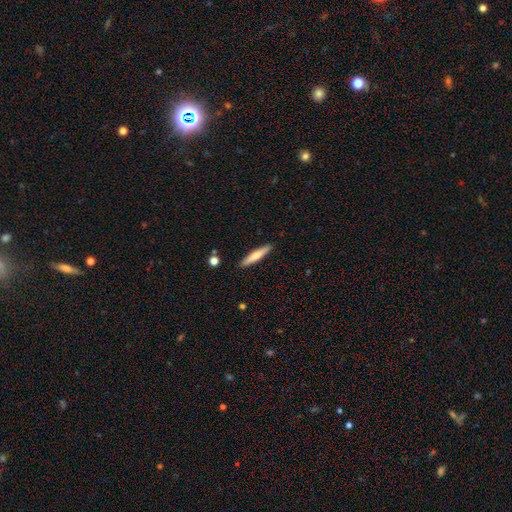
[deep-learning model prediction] This is likely a smooth galaxy (65%). How rounded: clearly cigar-shaped (90%). Merging: clearly none (90%).